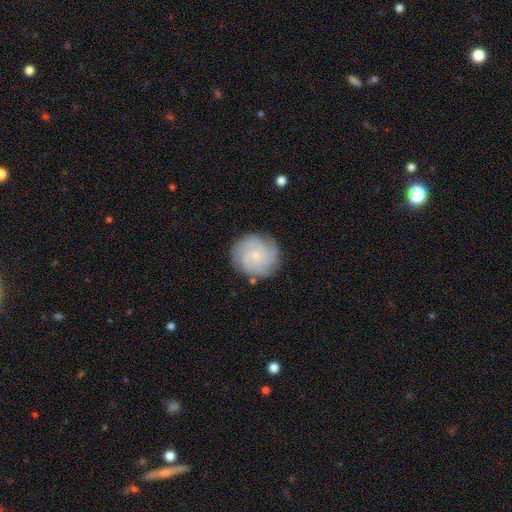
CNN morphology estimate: This is likely a featured or disk galaxy (76%). It is clearly not viewed edge-on (98%). Bar: likely no (75%). Spiral arm pattern: clearly yes (97%). Spiral arm count: marginally 3 (33%). Spiral winding: likely tight (67%). Central bulge: likely small (79%). Merging: clearly none (84%).